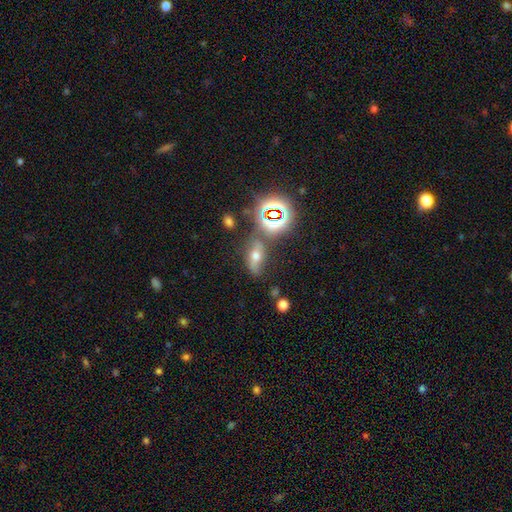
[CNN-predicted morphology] Smooth or featured: smooth — 44% (featured or disk — 30%)
Merging: none — 64% (minor disturbance — 19%)